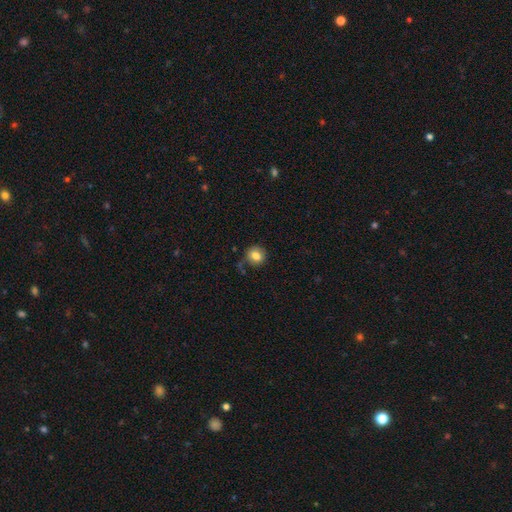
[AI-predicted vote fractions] This appears to be a smooth galaxy with no disk features (82%) that is round (83%). Merging: none (78%).